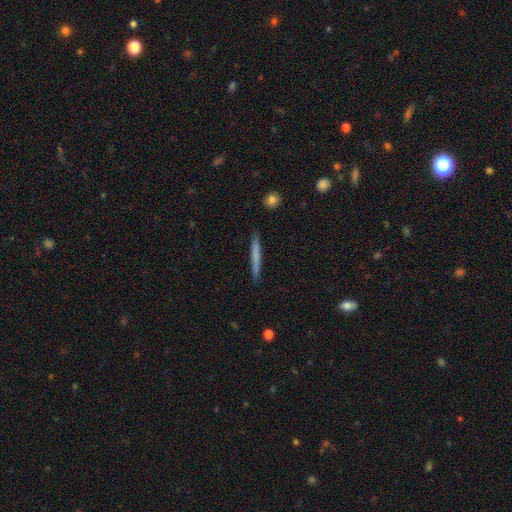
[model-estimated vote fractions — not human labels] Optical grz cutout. It shows a smooth galaxy with no disk features (64%) that is cigar-shaped (97%). Merging: none (90%).